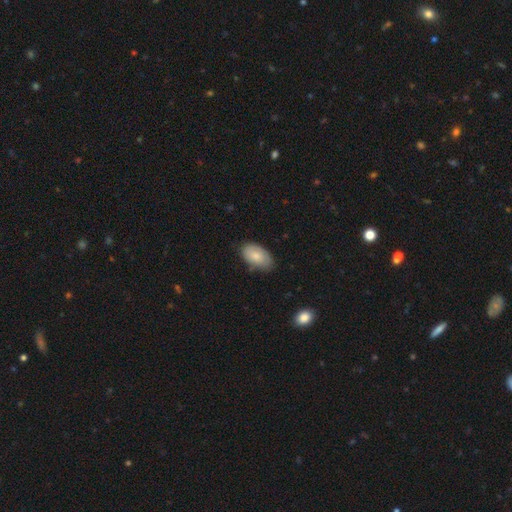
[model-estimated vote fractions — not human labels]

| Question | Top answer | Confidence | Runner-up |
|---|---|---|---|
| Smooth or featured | smooth | 79% | featured or disk (15%) |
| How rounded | in between | 94% | round (4%) |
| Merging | none | 73% | minor disturbance (22%) |